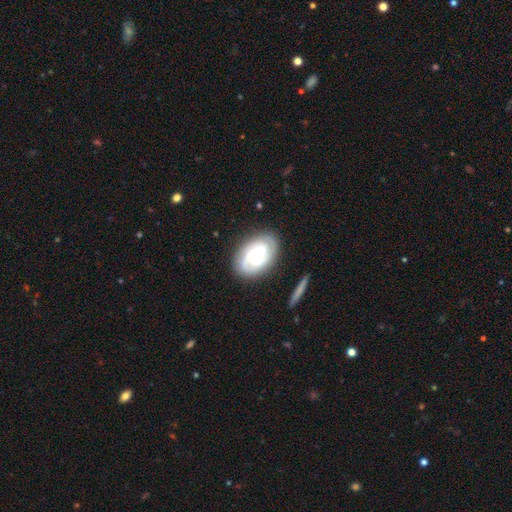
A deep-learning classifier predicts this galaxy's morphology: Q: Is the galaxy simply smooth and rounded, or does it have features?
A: featured or disk — 78%.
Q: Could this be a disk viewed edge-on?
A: no — 96%.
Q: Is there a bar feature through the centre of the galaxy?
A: no — 63%.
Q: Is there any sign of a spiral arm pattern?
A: yes — 95%.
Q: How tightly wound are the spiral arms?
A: tight — 60%.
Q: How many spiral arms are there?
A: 2 — 35%.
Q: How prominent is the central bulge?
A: moderate — 56%.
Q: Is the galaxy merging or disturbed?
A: none — 81%.